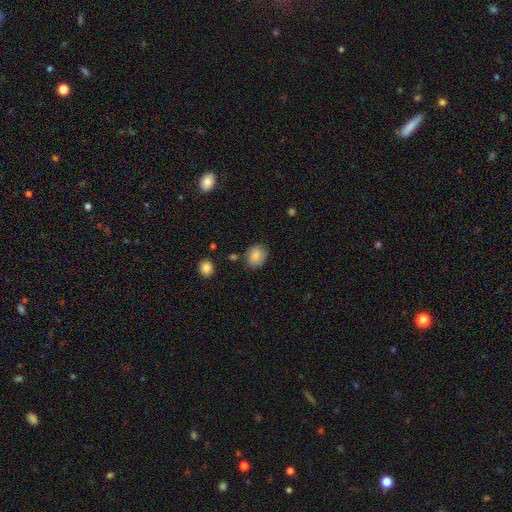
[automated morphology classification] Overall: smooth (84%). How rounded: in between (55%; round 44%). Merging: none (76%).